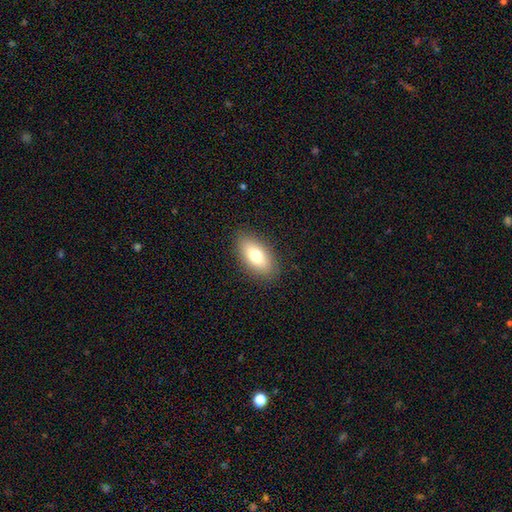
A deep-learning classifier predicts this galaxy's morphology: Smooth or featured: smooth — 75% (featured or disk — 18%)
How rounded: in between — 89% (cigar-shaped — 6%)
Merging: none — 87% (minor disturbance — 9%)